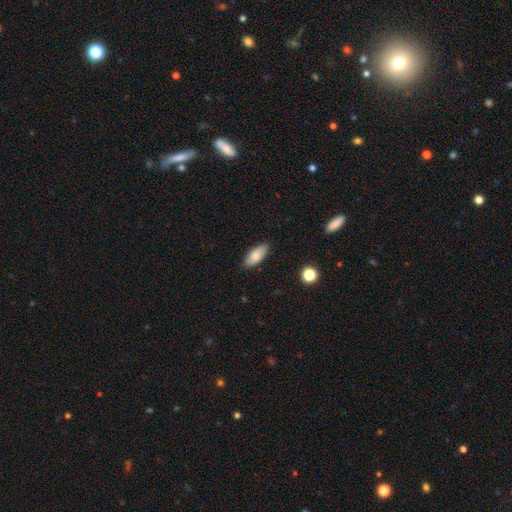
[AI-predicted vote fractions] smooth 83%, featured or disk 10%, star or artifact 7%. Down the decision tree: how rounded — in between (86%); merging — none (86%).